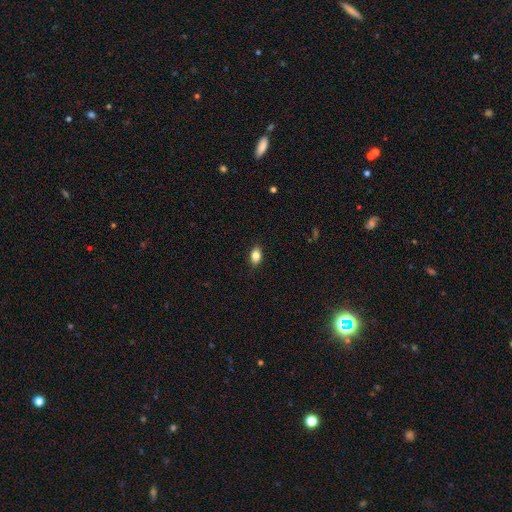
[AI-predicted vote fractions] Morphology: type=smooth (83%); roundness=in between (85%); merging=none (87%).